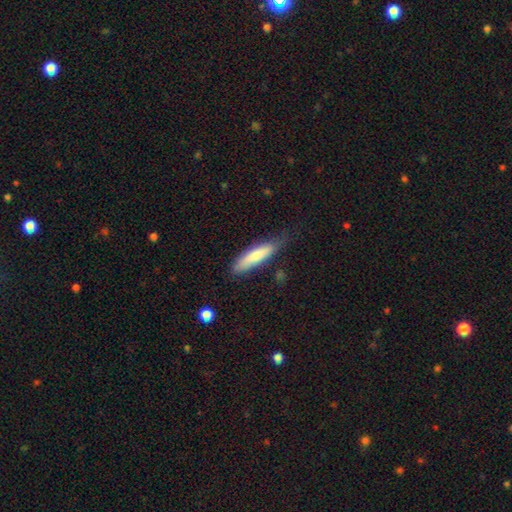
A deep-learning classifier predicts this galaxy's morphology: This is likely a smooth galaxy (78%). How rounded: likely cigar-shaped (73%). Merging: likely none (65%).